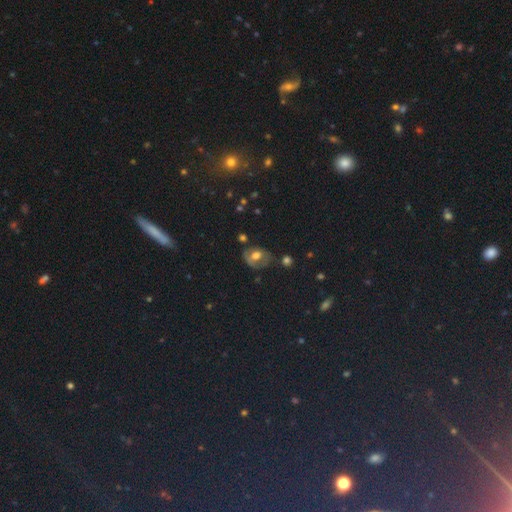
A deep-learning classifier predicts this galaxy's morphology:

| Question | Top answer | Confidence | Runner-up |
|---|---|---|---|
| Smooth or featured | smooth | 53% | featured or disk (33%) |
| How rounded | in between | 58% | round (40%) |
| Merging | none | 53% | minor disturbance (27%) |